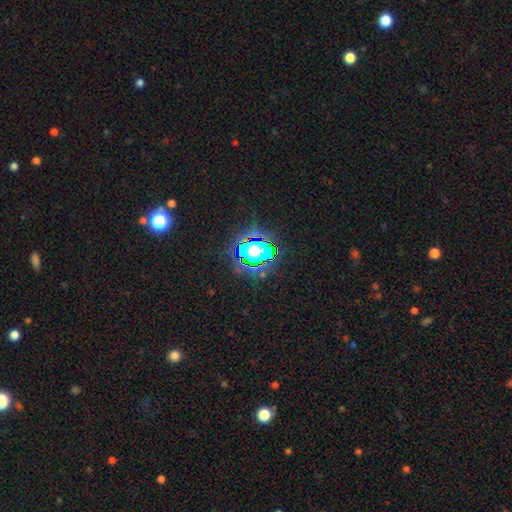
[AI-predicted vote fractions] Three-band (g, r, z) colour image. It shows a star or artifact, not a galaxy (76%).